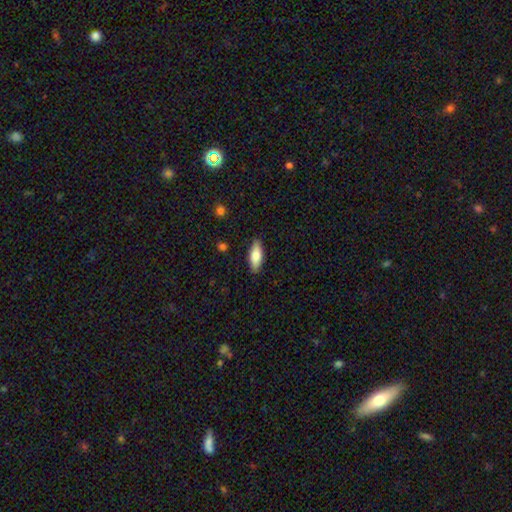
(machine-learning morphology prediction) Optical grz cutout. It shows a smooth galaxy with no disk features (77%) that is in between round and cigar-shaped (70%). Merging: none (87%).